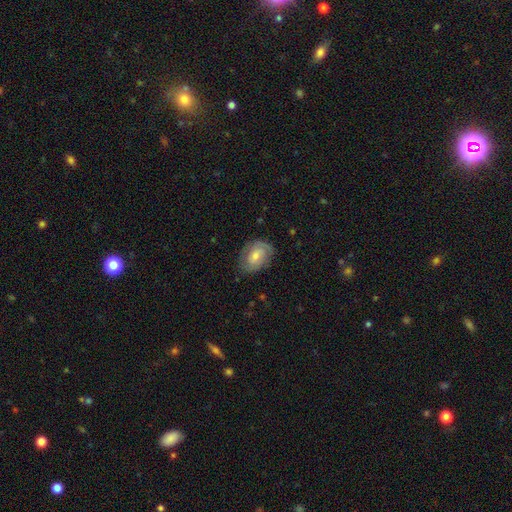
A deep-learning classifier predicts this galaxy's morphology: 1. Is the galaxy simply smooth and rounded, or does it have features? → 53% featured or disk, 40% smooth, 7% star or artifact.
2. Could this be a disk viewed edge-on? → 96% no, 4% yes.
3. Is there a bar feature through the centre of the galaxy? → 55% no, 37% weak, 8% strong.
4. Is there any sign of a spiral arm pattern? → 83% yes, 17% no.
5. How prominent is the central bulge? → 53% moderate, 36% small, 6% large, 4% none, 1% dominant.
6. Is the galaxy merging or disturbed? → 74% none, 19% minor disturbance, 6% major disturbance, 1% merger.